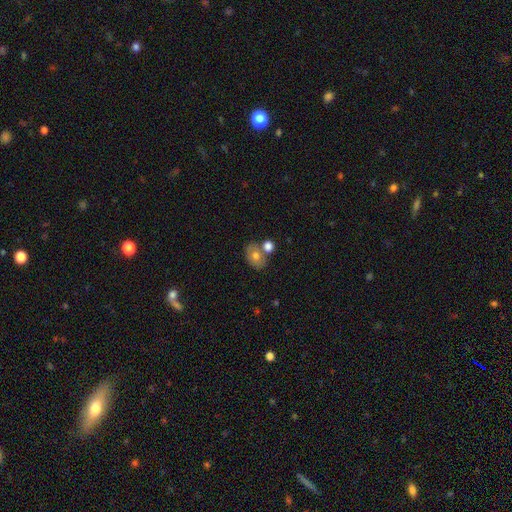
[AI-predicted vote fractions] smooth 72%, featured or disk 19%, star or artifact 9%. Down the decision tree: how rounded — in between (66%); merging — none (53%).